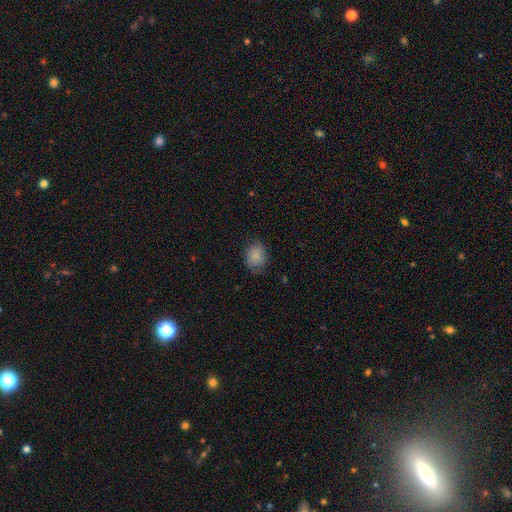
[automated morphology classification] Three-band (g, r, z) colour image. It shows a smooth galaxy with no disk features (84%) that is round (55%). Merging: none (74%).